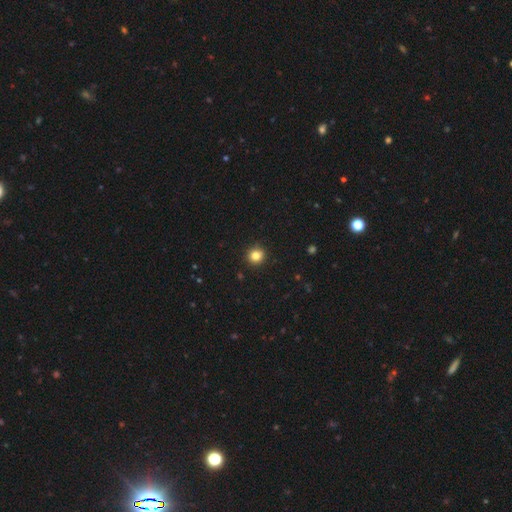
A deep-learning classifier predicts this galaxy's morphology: smooth_or_featured: smooth (p=0.83) [alt: star or artifact p=0.12]
how_rounded: round (p=0.93) [alt: in between p=0.06]
merging: none (p=0.92) [alt: minor disturbance p=0.05]